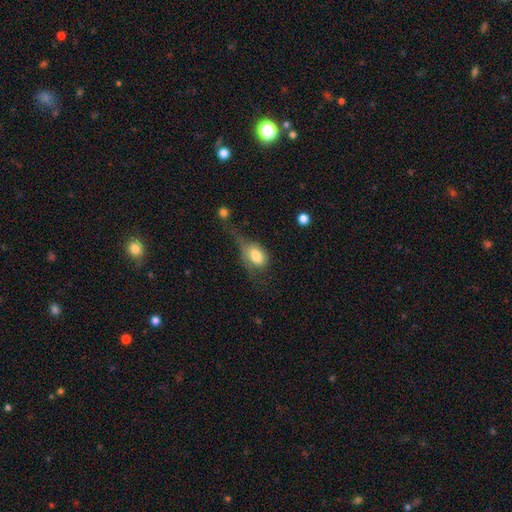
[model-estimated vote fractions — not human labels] smooth-or-featured: smooth: 73% | featured or disk: 20% | star or artifact: 7%
  how-rounded: in between: 76% | round: 21% | cigar-shaped: 3%
  merging: major disturbance: 41% | minor disturbance: 28% | none: 25% | merger: 6%